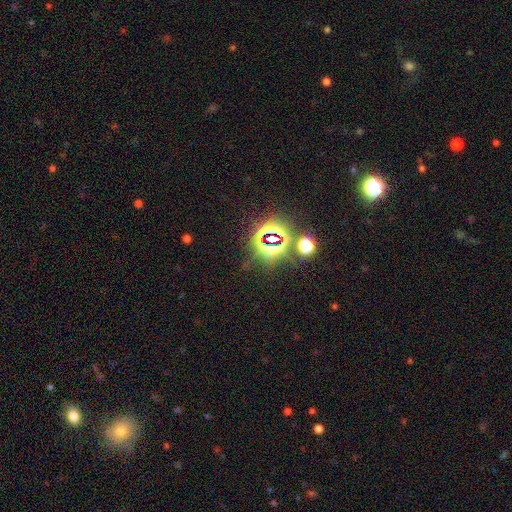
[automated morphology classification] A star or artifact, not a galaxy (80%).